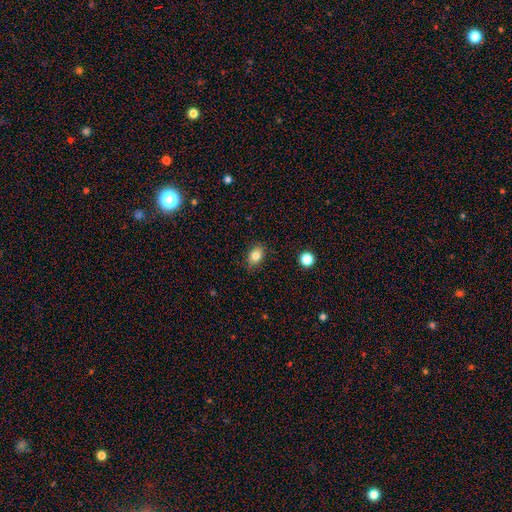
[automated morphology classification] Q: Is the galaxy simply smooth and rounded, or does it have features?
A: smooth — 83%.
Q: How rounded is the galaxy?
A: in between — 77%.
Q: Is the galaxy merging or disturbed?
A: none — 84%.